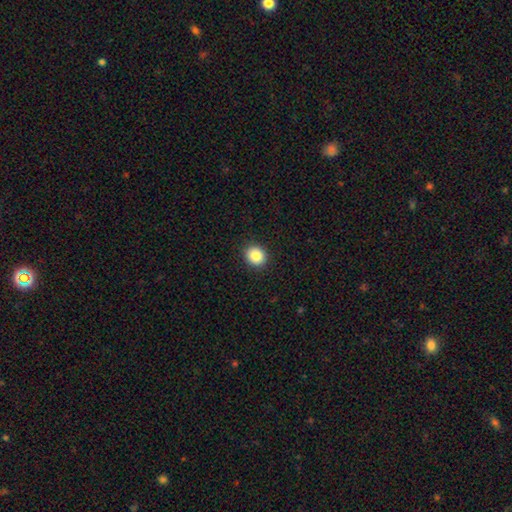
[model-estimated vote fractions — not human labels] Smooth or featured? smooth (85%)
How rounded? round (77%)
Merging? none (91%)